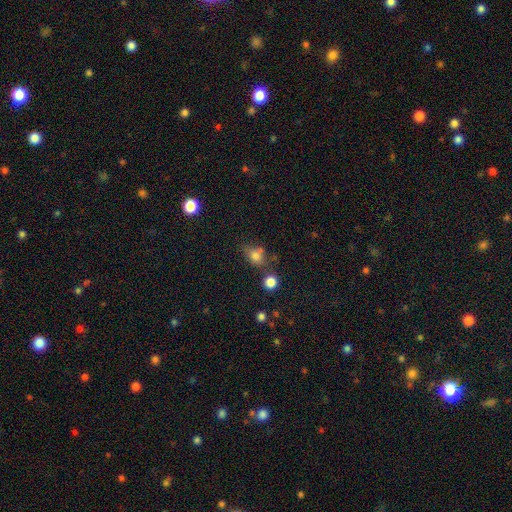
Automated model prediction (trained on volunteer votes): Smooth or featured?
  - smooth: 76% *
  - star or artifact: 14%
  - featured or disk: 10%
How rounded?
  - in between: 49% *
  - round: 48%
  - cigar-shaped: 2%
Merging?
  - none: 55% *
  - minor disturbance: 20%
  - merger: 17%
  - major disturbance: 8%